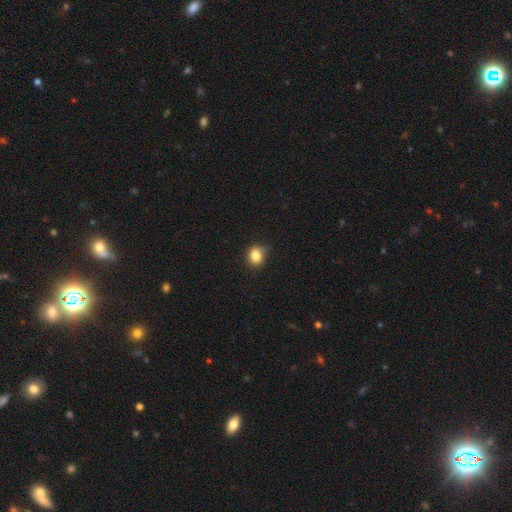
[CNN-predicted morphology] A smooth galaxy with no disk features (84%) that is round (59%).

Vote fractions:
- Smooth or featured? smooth: 84% / star or artifact: 11% / featured or disk: 6%
- How rounded? round: 59% / in between: 40% / cigar-shaped: 1%
- Merging? none: 77% / minor disturbance: 18% / major disturbance: 3% / merger: 1%